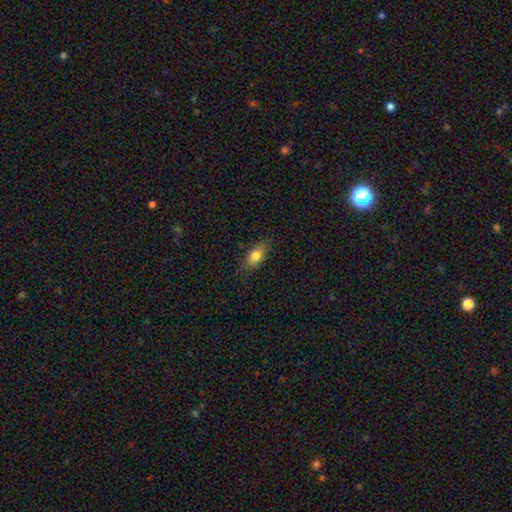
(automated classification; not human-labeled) This appears to be a smooth galaxy with no disk features (76%) that is in between round and cigar-shaped (80%). Merging: none (80%).